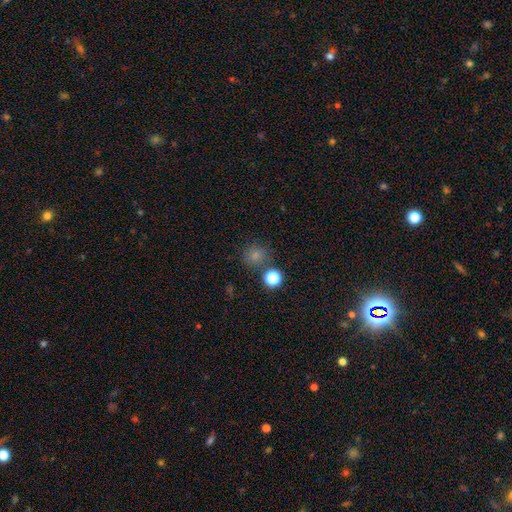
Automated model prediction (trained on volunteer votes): This appears to be a smooth galaxy with no disk features (75%) that is round (82%). Merging: none (74%).